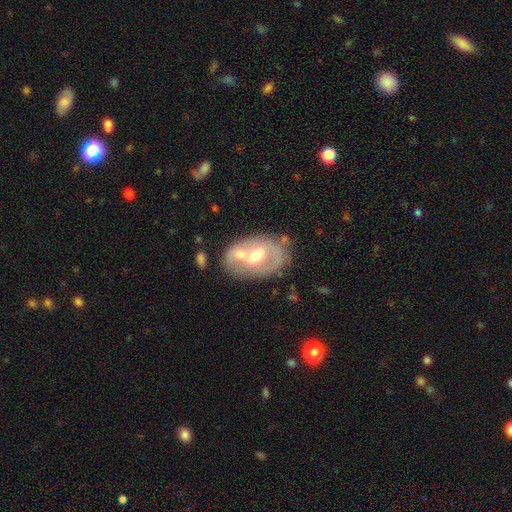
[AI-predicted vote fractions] Smooth or featured: featured or disk — 62% (smooth — 32%)
Edge-on disk: no — 93% (yes — 7%)
Bar: no — 58% (weak — 30%)
Spiral arms: no — 64% (yes — 36%)
Bulge size: moderate — 73% (small — 17%)
Merging: none — 49% (merger — 26%)